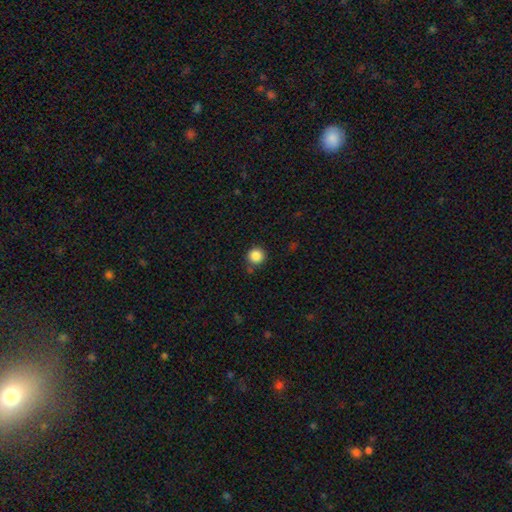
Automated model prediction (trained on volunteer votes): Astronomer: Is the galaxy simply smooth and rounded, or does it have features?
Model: smooth — 86%.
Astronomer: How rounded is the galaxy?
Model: round — 95%.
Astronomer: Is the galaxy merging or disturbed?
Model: none — 86%.